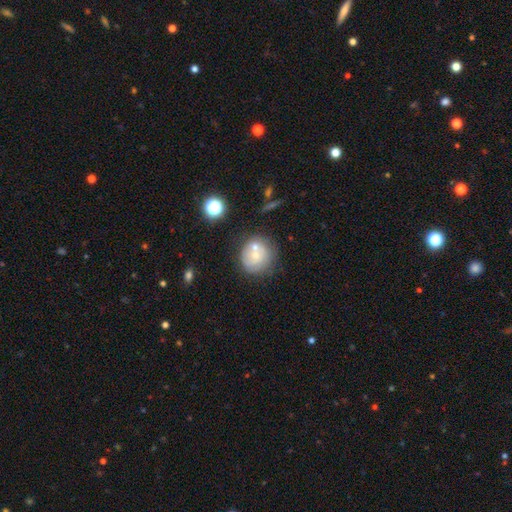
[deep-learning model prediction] smooth 56%, featured or disk 34%, star or artifact 10%. Down the decision tree: how rounded — round (87%); merging — none (49%).